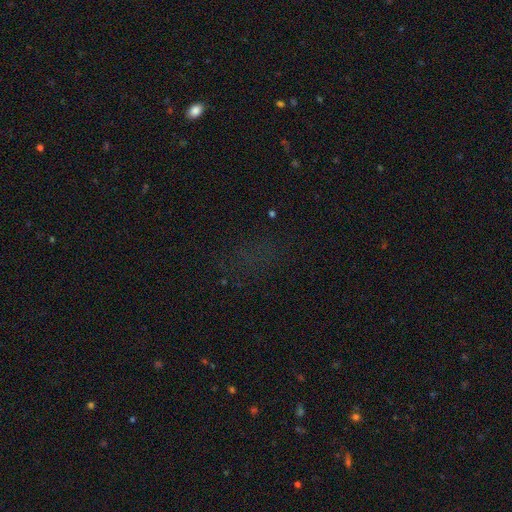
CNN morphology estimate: Smooth or featured? Predicted: star or artifact (p=0.61).